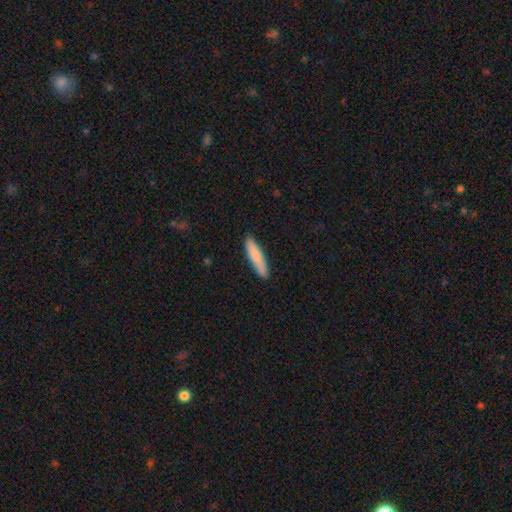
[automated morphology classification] A smooth galaxy with no disk features (81%) that is cigar-shaped (83%).

Vote fractions:
- Smooth or featured? smooth: 81% / featured or disk: 13% / star or artifact: 5%
- How rounded? cigar-shaped: 83% / in between: 15% / round: 1%
- Merging? none: 89% / minor disturbance: 9% / major disturbance: 2% / merger: 1%